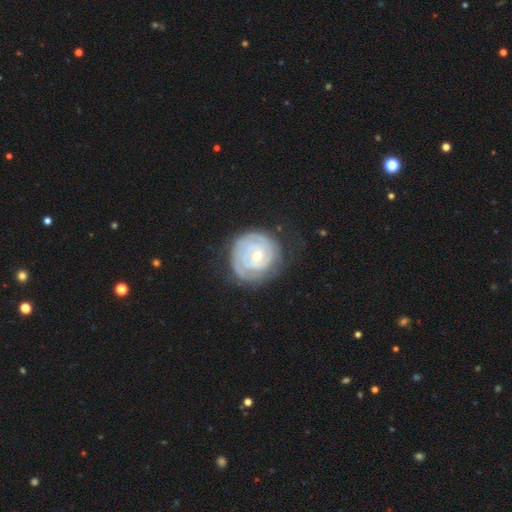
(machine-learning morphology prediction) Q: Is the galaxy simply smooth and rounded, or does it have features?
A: featured or disk — 82%.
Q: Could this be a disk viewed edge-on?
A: no — 98%.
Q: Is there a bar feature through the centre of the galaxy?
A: weak — 45%.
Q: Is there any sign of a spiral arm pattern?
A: yes — 94%.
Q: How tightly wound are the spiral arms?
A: tight — 82%.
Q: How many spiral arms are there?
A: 2 — 36%.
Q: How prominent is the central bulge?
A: small — 58%.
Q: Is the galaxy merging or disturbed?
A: none — 72%.